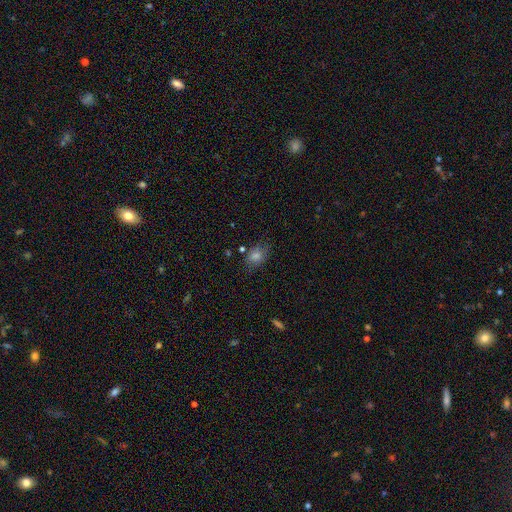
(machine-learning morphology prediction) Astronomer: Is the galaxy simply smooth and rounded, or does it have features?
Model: smooth — 62%.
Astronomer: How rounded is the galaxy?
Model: in between — 64%.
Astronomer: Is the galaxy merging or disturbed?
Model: none — 73%.